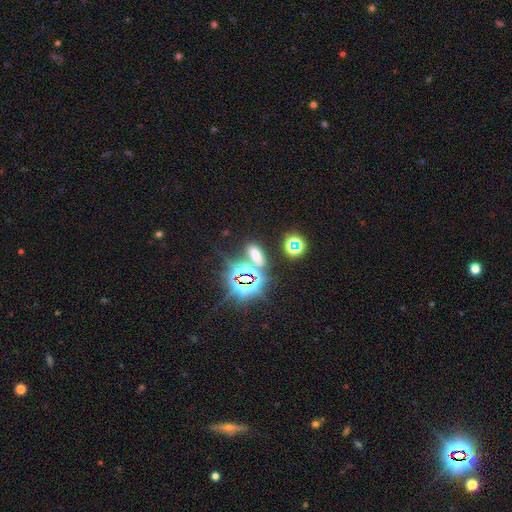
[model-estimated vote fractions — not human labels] smooth-or-featured: star or artifact: 49% | smooth: 42% | featured or disk: 9%